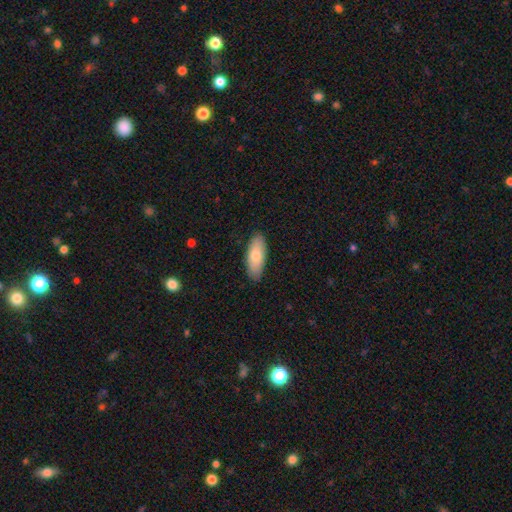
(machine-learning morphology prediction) Q: Smooth or featured?
A: smooth (78%); runner-up: featured or disk (16%)
Q: How rounded?
A: in between (77%); runner-up: cigar-shaped (21%)
Q: Merging?
A: none (87%); runner-up: minor disturbance (10%)